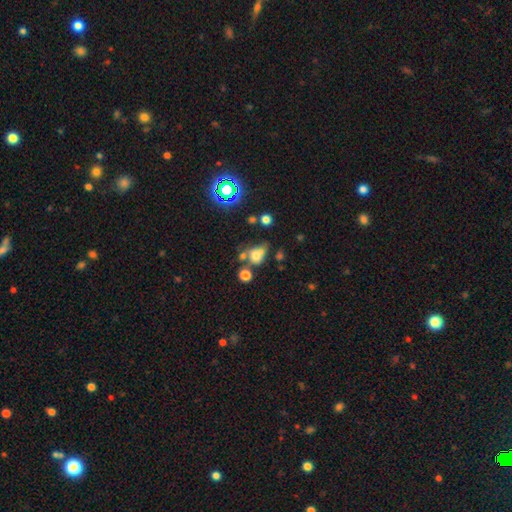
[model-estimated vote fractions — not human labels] Morphology: type=smooth (64%); roundness=round (53%); merging=none (35%).